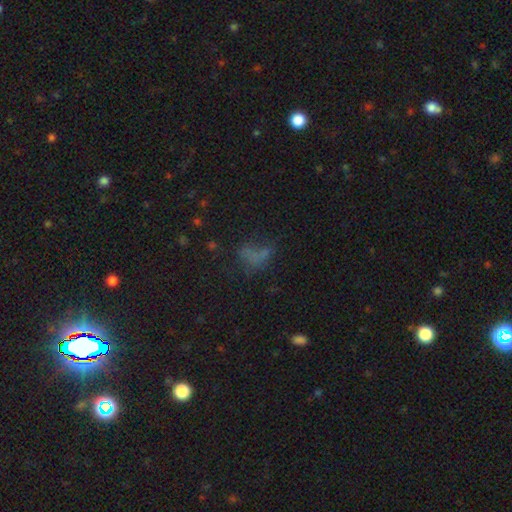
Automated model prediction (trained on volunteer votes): Morphology: type=smooth (47%); merging=none (39%).